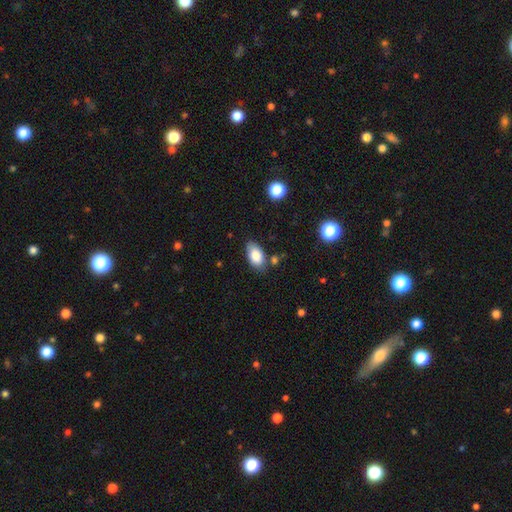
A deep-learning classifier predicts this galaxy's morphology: This is clearly a smooth galaxy (84%). How rounded: clearly in between (93%). Merging: likely none (75%).